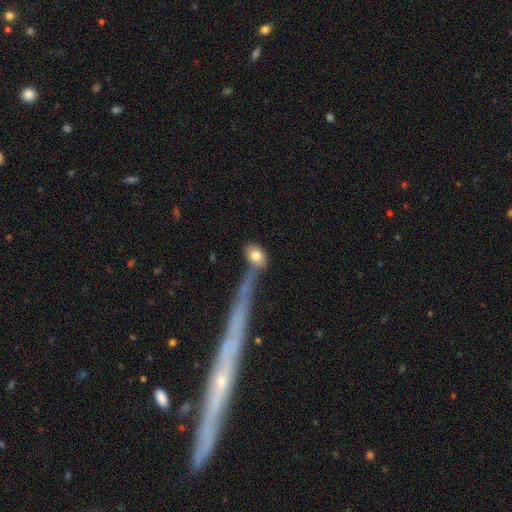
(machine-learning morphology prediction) Overall: smooth (79%). How rounded: in between (68%). Merging: none (52%; merger 23%).